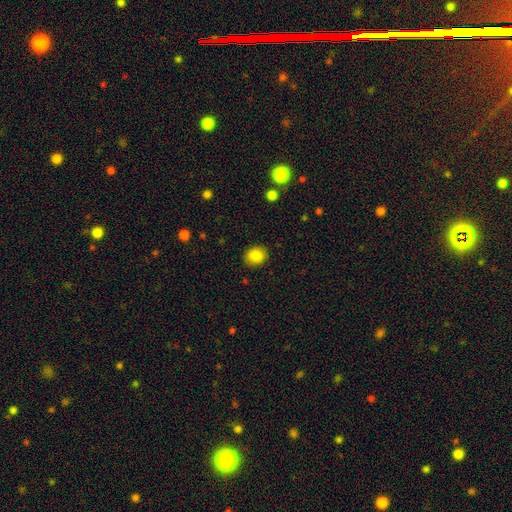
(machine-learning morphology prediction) type=smooth (86%); roundness=round (62%); merging=none (89%).